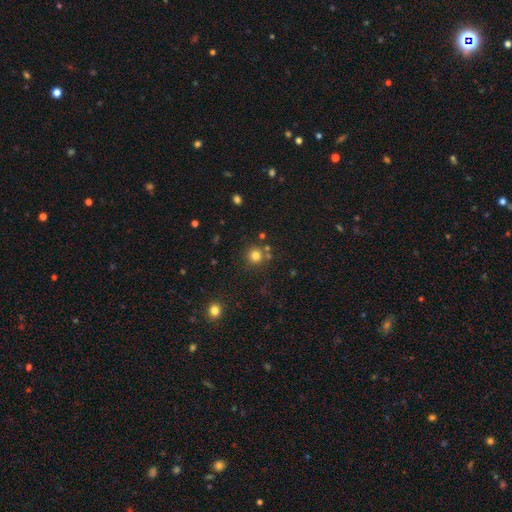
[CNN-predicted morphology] smooth-or-featured: smooth: 79% | star or artifact: 15% | featured or disk: 6%
  how-rounded: round: 93% | in between: 6% | cigar-shaped: 1%
  merging: none: 77% | merger: 11% | minor disturbance: 8% | major disturbance: 3%